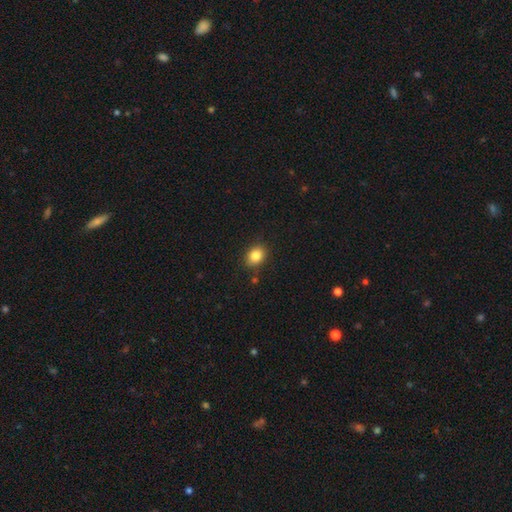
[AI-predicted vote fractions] Q: Smooth or featured?
A: smooth (83%); runner-up: star or artifact (10%)
Q: How rounded?
A: in between (53%); runner-up: round (46%)
Q: Merging?
A: none (84%); runner-up: minor disturbance (11%)